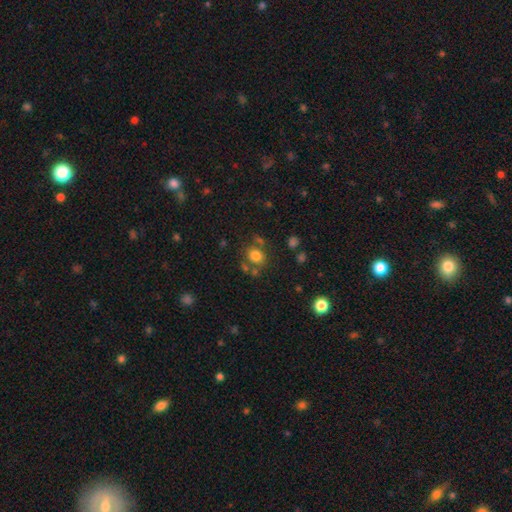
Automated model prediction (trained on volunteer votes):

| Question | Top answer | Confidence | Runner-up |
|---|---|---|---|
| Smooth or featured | smooth | 77% | star or artifact (13%) |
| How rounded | round | 69% | in between (30%) |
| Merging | none | 66% | merger (15%) |